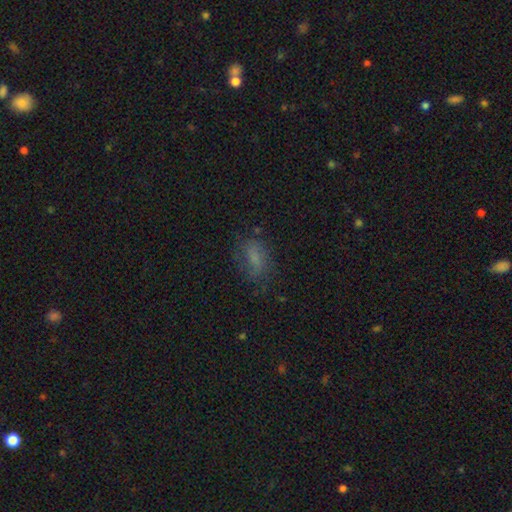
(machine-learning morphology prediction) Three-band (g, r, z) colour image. It shows a smooth galaxy with no disk features (58%) that is in between round and cigar-shaped (80%). Merging: none (66%).